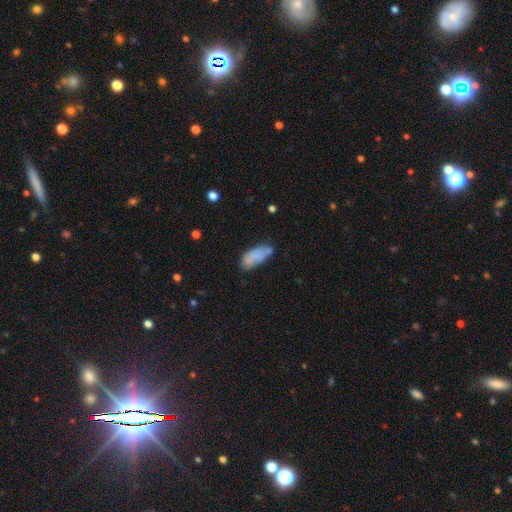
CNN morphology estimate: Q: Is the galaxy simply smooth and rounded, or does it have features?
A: smooth — 77%.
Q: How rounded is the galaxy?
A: in between — 86%.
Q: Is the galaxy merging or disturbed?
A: none — 50%.